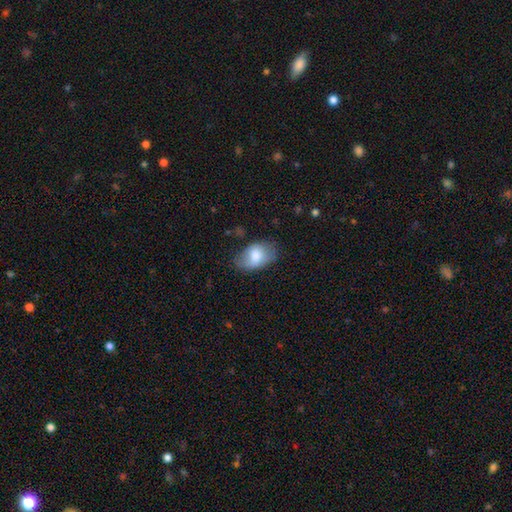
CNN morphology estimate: The model was most divided on "merging": none: 63%, minor disturbance: 28%, major disturbance: 8%, merger: 2%. More confident: how rounded — in between (89%); smooth or featured — smooth (73%).